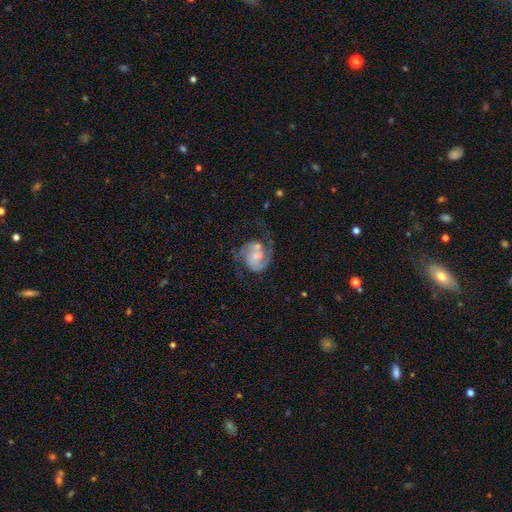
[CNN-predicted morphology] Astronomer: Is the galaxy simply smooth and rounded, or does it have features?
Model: featured or disk — 76%.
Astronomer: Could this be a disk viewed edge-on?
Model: no — 98%.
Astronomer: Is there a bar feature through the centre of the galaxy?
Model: no — 54% (runner-up: weak, 38%).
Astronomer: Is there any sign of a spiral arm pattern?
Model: yes — 90%.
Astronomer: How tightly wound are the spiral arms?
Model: medium — 50% (runner-up: loose, 27%).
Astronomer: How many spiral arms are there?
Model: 2 — 81%.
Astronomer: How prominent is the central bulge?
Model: small — 48% (runner-up: moderate, 34%).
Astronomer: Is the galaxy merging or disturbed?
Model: none — 45%.